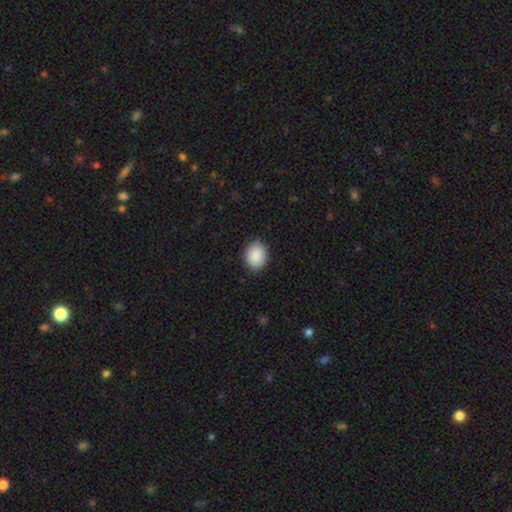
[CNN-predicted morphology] This is clearly a smooth galaxy (90%). How rounded: possibly in between (50%). Merging: clearly none (88%).